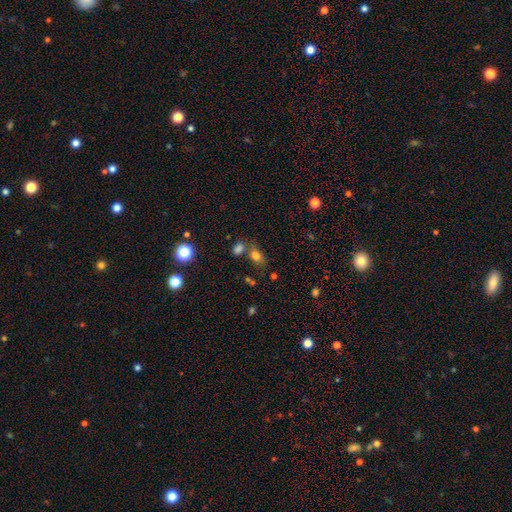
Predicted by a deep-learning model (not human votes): smooth 77%, star or artifact 14%, featured or disk 8%. Down the decision tree: how rounded — in between (76%); merging — none (56%).